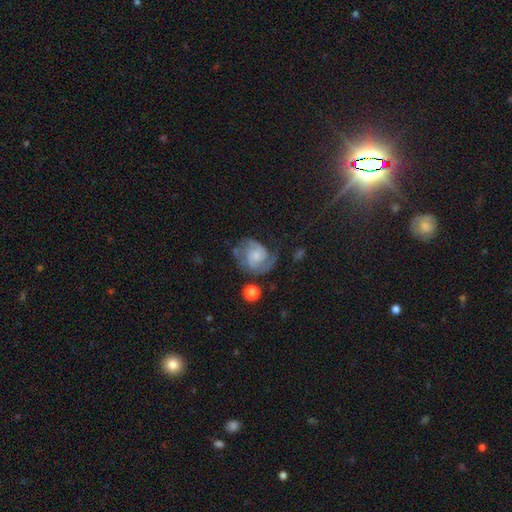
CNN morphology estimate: A featured or disk galaxy (78%) with no bar (66%), 2 (67%) medium (44%) spiral arms (95%) and a small central bulge (55%).

Vote fractions:
- Smooth or featured? featured or disk: 78% / smooth: 15% / star or artifact: 6%
- Edge-on disk? no: 98% / yes: 2%
- Bar? no: 66% / weak: 30% / strong: 4%
- Spiral arms? yes: 95% / no: 5%
- Spiral winding? medium: 44% / tight: 40% / loose: 17%
- Spiral arm count? 2: 67% / 1: 12% / can't tell: 11% / 3: 6% / 4: 2% / more than 4: 2%
- Bulge size? small: 55% / moderate: 26% / none: 13% / large: 4% / dominant: 2%
- Merging? none: 52% / minor disturbance: 23% / major disturbance: 21% / merger: 4%